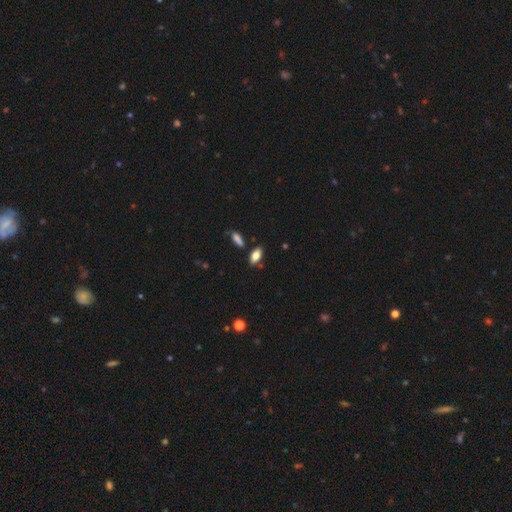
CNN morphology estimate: Smooth or featured?
  - smooth: 81% *
  - featured or disk: 10%
  - star or artifact: 8%
How rounded?
  - in between: 88% *
  - cigar-shaped: 8%
  - round: 4%
Merging?
  - none: 79% *
  - minor disturbance: 13%
  - merger: 5%
  - major disturbance: 3%